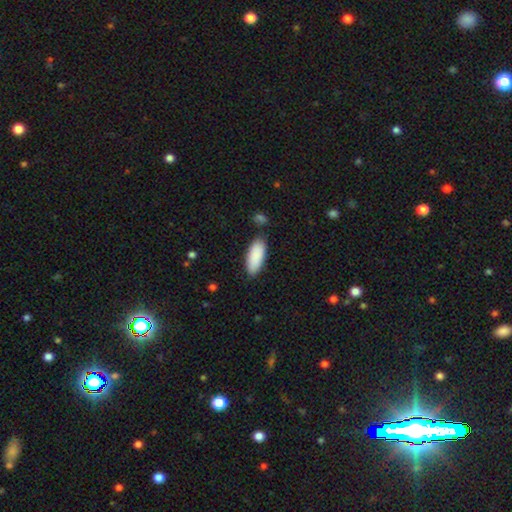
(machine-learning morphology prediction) Overall: smooth (90%). How rounded: in between (81%). Merging: none (83%).